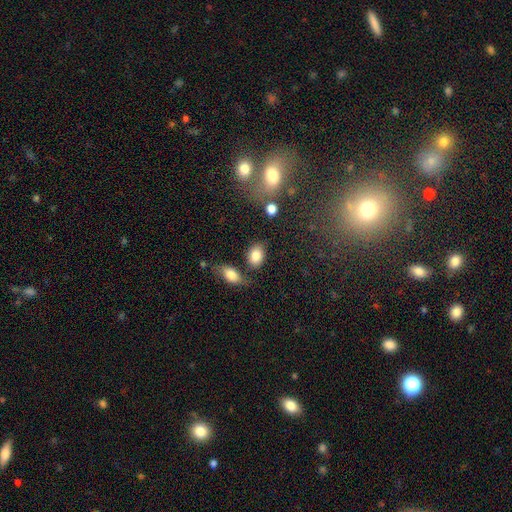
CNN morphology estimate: A smooth galaxy with no disk features (84%) that is in between round and cigar-shaped (79%).

Vote fractions:
- Smooth or featured? smooth: 84% / star or artifact: 8% / featured or disk: 8%
- How rounded? in between: 79% / round: 19% / cigar-shaped: 1%
- Merging? none: 71% / minor disturbance: 14% / merger: 10% / major disturbance: 4%